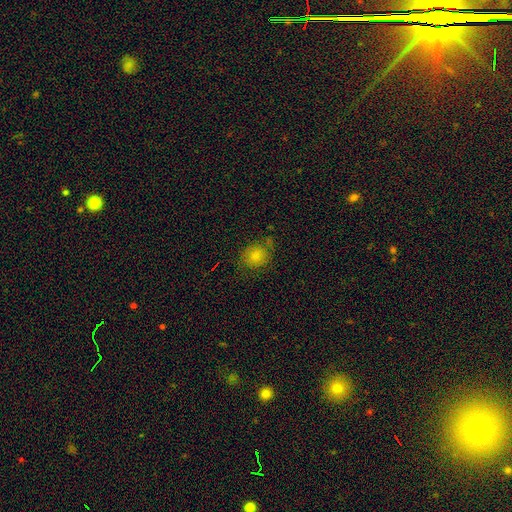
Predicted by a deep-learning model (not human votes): Overall: smooth (67%). How rounded: round (75%). Merging: none (72%).